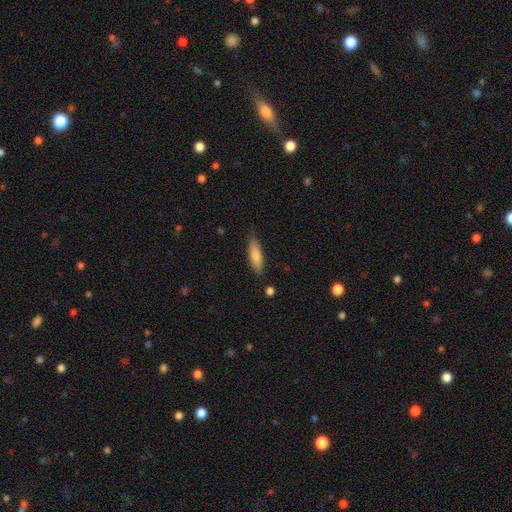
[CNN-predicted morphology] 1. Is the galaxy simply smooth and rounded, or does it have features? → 77% smooth, 16% featured or disk, 6% star or artifact.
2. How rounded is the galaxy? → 56% cigar-shaped, 42% in between, 2% round.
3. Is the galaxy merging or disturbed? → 82% none, 14% minor disturbance, 3% major disturbance, 2% merger.